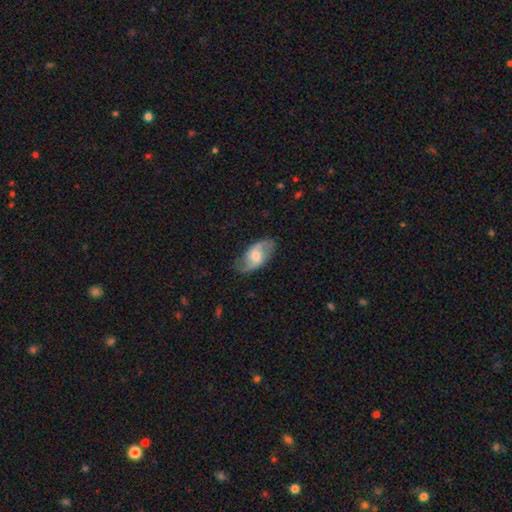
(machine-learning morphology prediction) type=featured or disk (68%); edge-on=no (95%); bar=no (44%, tied with weak); spiral arms=yes (89%); winding=loose (59%); arm count=2 (90%); bulge=moderate (53%); merging=none (78%).